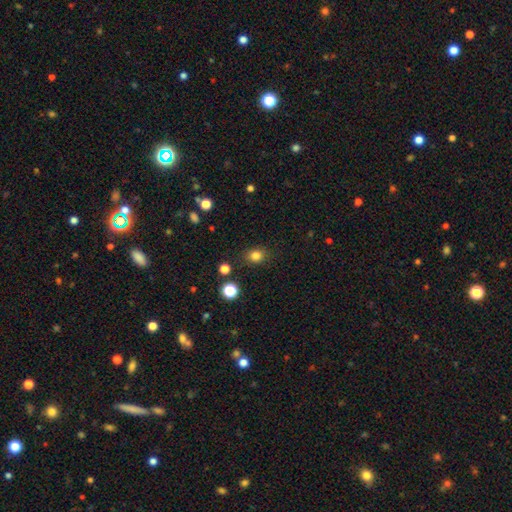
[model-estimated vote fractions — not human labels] Overall: smooth (82%). How rounded: round (58%; in between 41%). Merging: none (84%).